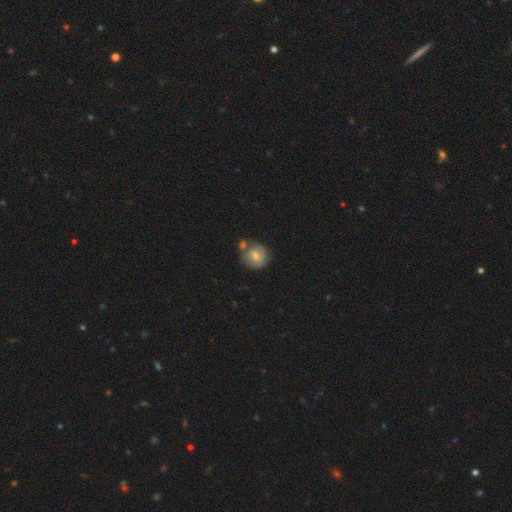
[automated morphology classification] Smooth or featured? smooth (50%)
How rounded? round (85%)
Merging? none (56%)